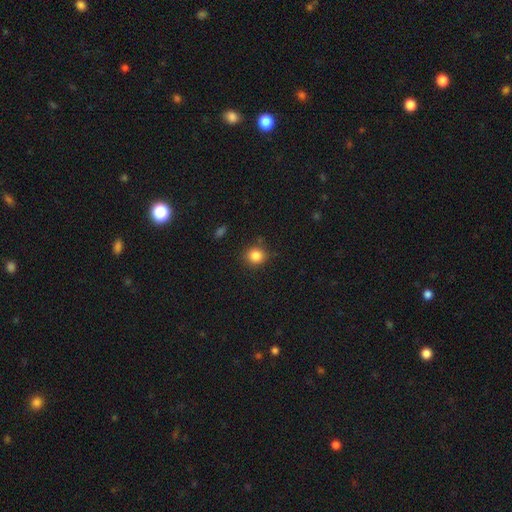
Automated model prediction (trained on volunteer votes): Smooth or featured?
  - smooth: 84% *
  - star or artifact: 11%
  - featured or disk: 5%
How rounded?
  - round: 86% *
  - in between: 13%
  - cigar-shaped: 1%
Merging?
  - none: 85% *
  - minor disturbance: 11%
  - major disturbance: 3%
  - merger: 2%